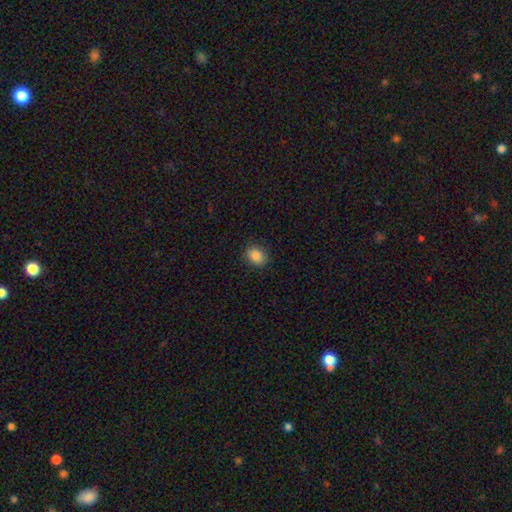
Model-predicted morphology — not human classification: Smooth or featured? smooth (87%)
How rounded? in between (54%)
Merging? none (86%)